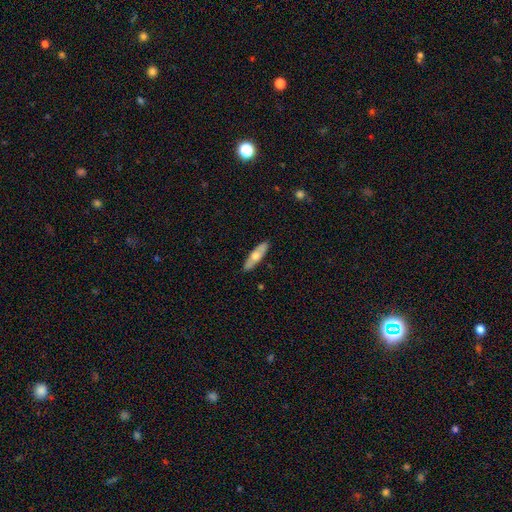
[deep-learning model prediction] Smooth or featured: smooth — 58% (featured or disk — 36%)
How rounded: cigar-shaped — 60% (in between — 38%)
Merging: none — 89% (minor disturbance — 9%)